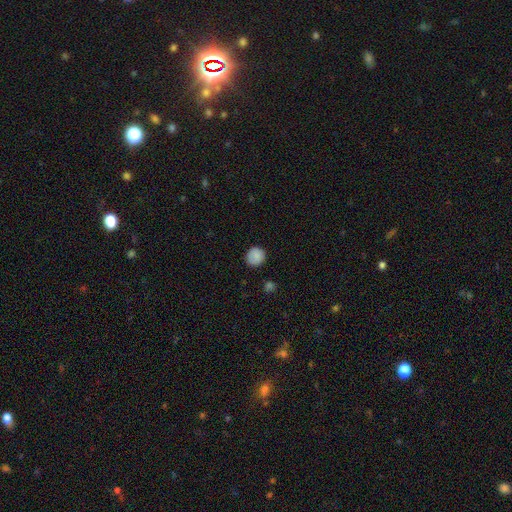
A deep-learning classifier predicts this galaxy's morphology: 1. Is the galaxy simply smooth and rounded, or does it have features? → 87% smooth, 9% star or artifact, 5% featured or disk.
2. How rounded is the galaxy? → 87% round, 12% in between, 1% cigar-shaped.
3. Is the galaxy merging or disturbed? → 85% none, 11% minor disturbance, 2% major disturbance, 1% merger.